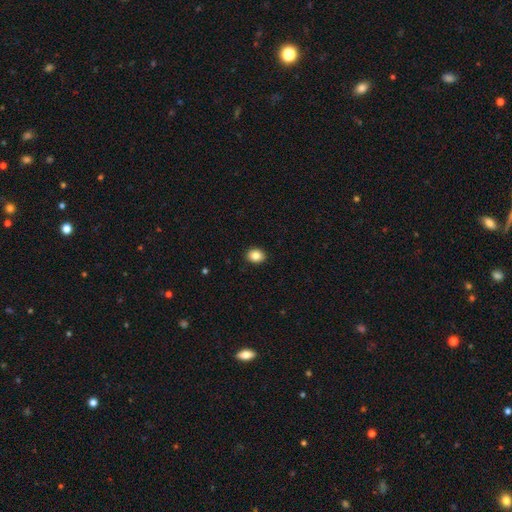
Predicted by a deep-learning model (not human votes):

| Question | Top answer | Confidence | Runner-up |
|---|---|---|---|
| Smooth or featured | smooth | 86% | star or artifact (9%) |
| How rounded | in between | 50% | round (49%) |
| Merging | none | 91% | minor disturbance (7%) |